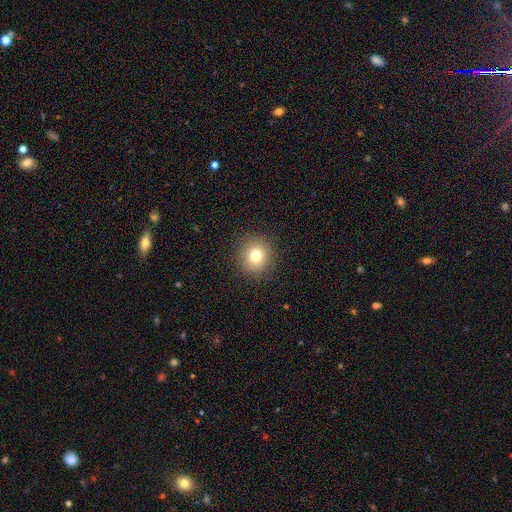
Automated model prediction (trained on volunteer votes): A smooth galaxy with no disk features (78%) that is round (89%).

Vote fractions:
- Smooth or featured? smooth: 78% / star or artifact: 12% / featured or disk: 9%
- How rounded? round: 89% / in between: 10% / cigar-shaped: 1%
- Merging? none: 90% / minor disturbance: 6% / major disturbance: 3% / merger: 1%